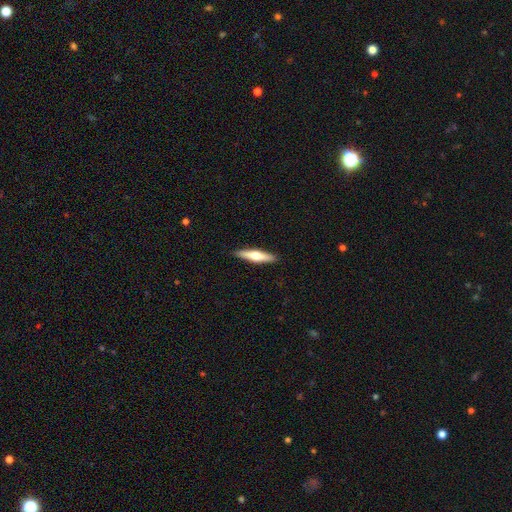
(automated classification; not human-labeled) Smooth or featured: featured or disk — 49% (smooth — 46%)
Merging: none — 91% (minor disturbance — 6%)